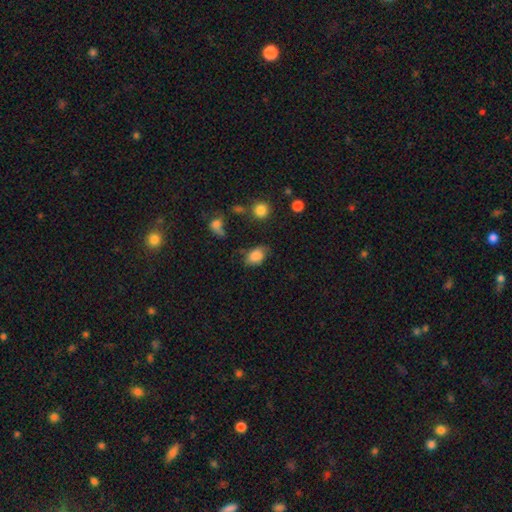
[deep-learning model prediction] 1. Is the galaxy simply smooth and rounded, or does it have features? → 82% smooth, 10% star or artifact, 8% featured or disk.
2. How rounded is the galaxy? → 78% in between, 20% round, 1% cigar-shaped.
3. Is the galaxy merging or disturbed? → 59% none, 27% minor disturbance, 10% major disturbance, 4% merger.